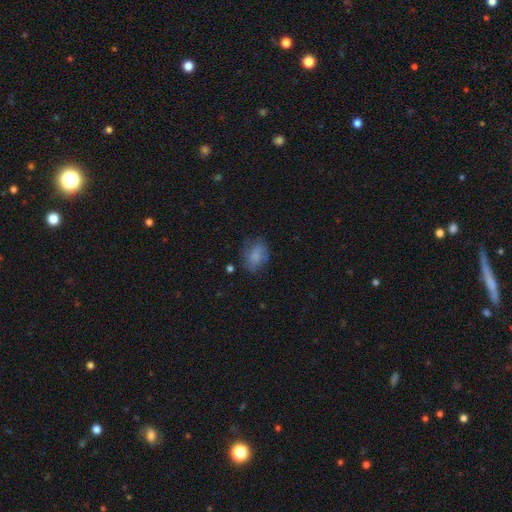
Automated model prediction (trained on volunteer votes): A smooth galaxy with no disk features (78%) that is in between round and cigar-shaped (75%). Merging: none (64%).